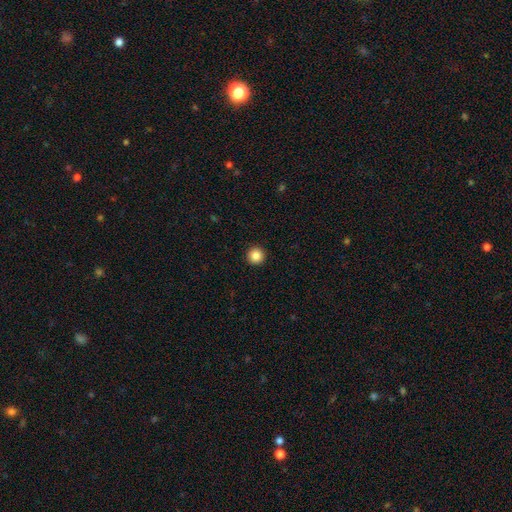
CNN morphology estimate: The model was most divided on "smooth or featured": smooth: 86%, star or artifact: 10%, featured or disk: 4%. More confident: how rounded — round (96%); merging — none (94%).